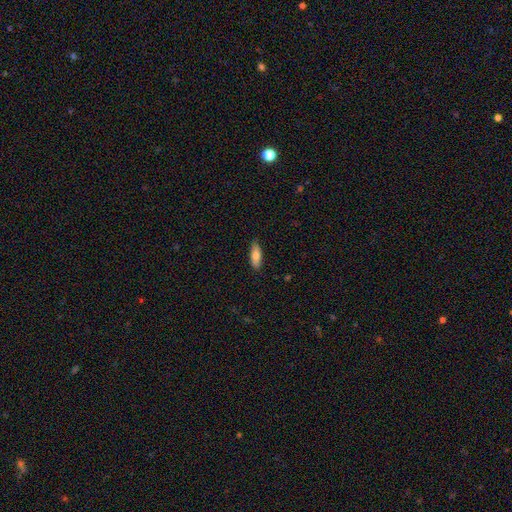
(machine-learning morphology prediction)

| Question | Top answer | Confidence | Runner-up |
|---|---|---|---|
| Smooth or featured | smooth | 74% | featured or disk (20%) |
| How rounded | in between | 62% | cigar-shaped (36%) |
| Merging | none | 86% | minor disturbance (11%) |